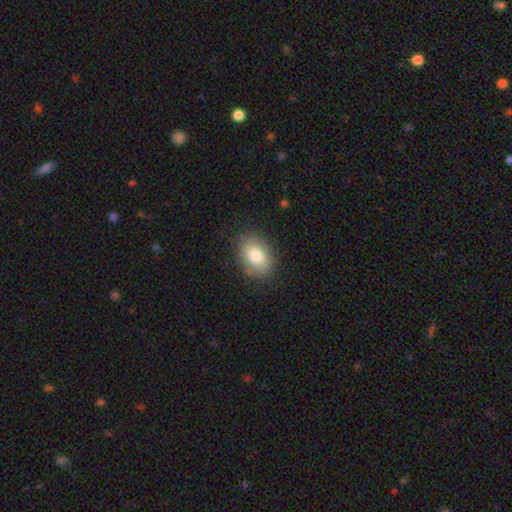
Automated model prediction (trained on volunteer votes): Smooth or featured? smooth (80%)
How rounded? in between (79%)
Merging? none (83%)